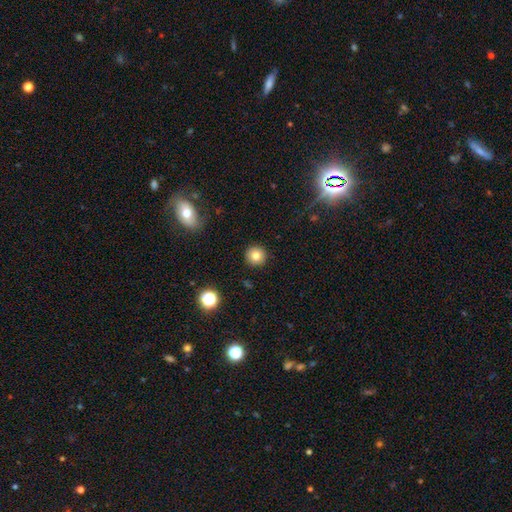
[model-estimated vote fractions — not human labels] This appears to be a smooth galaxy with no disk features (81%) that is round (94%). Merging: none (91%).